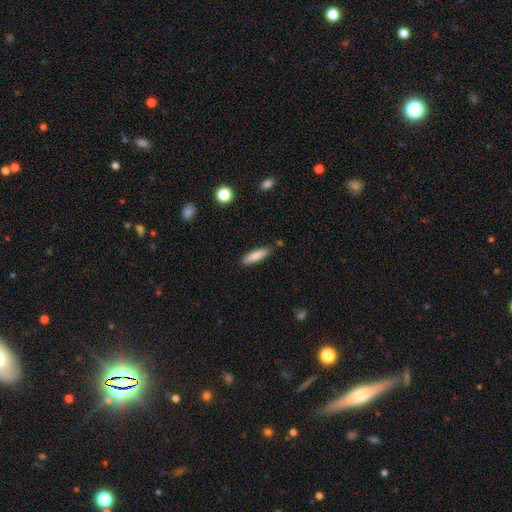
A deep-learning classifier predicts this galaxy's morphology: This is clearly a smooth galaxy (84%). How rounded: likely cigar-shaped (66%). Merging: clearly none (86%).